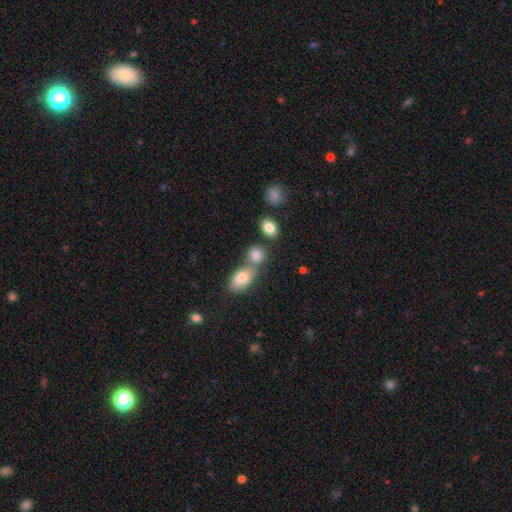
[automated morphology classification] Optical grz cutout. It shows a smooth galaxy with no disk features (81%) that is in between round and cigar-shaped (69%). Merging: none (48%).